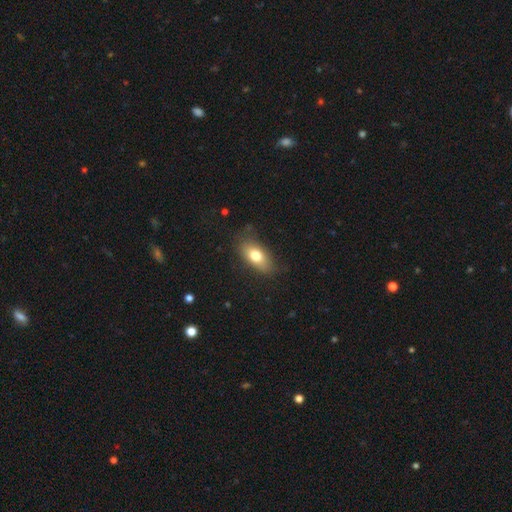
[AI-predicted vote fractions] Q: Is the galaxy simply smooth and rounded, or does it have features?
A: smooth — 74%.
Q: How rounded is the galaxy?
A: in between — 85%.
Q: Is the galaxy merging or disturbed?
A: none — 76%.